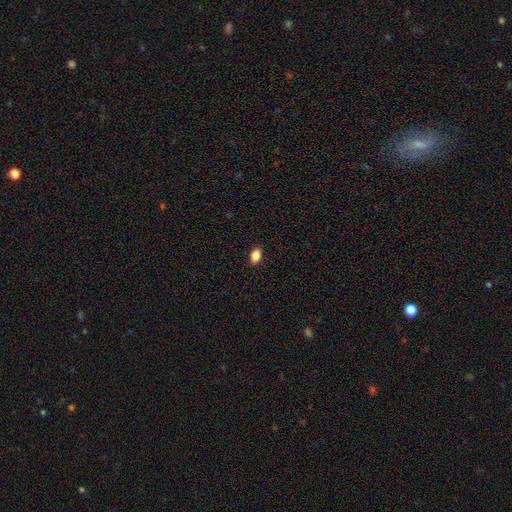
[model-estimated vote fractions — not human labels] Smooth or featured: smooth — 87% (star or artifact — 9%)
How rounded: in between — 86% (round — 12%)
Merging: none — 90% (minor disturbance — 8%)